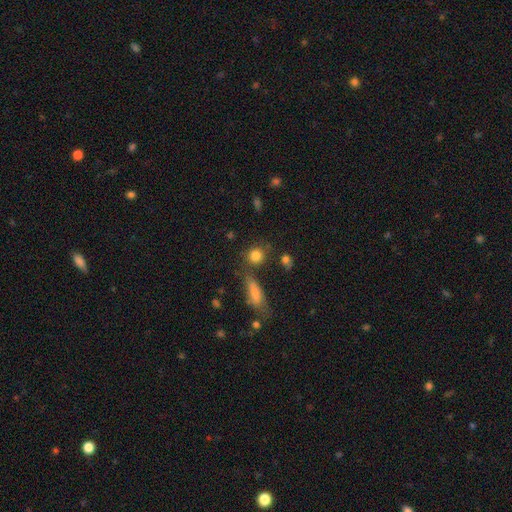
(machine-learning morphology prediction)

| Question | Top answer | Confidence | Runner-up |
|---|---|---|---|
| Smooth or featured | smooth | 83% | star or artifact (11%) |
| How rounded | round | 82% | in between (14%) |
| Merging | none | 73% | minor disturbance (12%) |